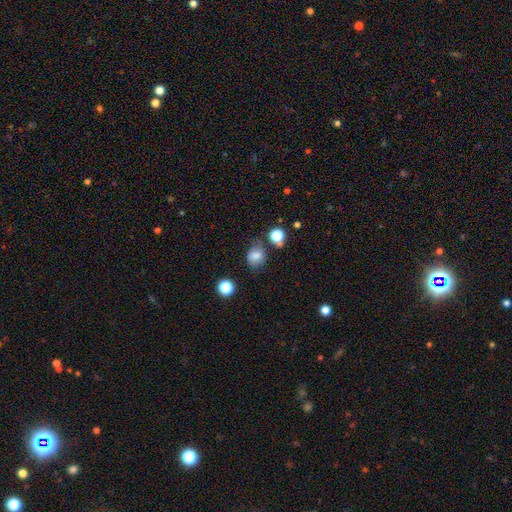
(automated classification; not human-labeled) smooth 76%, star or artifact 13%, featured or disk 11%. Down the decision tree: how rounded — round (61%); merging — none (68%).